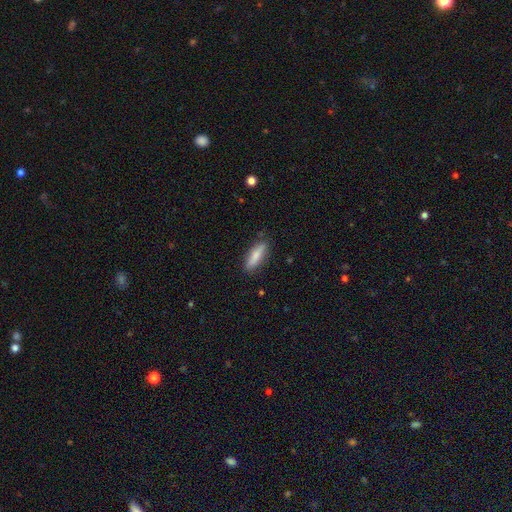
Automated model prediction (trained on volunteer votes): Smooth or featured?
  - smooth: 77% *
  - featured or disk: 17%
  - star or artifact: 6%
How rounded?
  - cigar-shaped: 62% *
  - in between: 37%
  - round: 2%
Merging?
  - none: 85% *
  - minor disturbance: 12%
  - major disturbance: 2%
  - merger: 1%